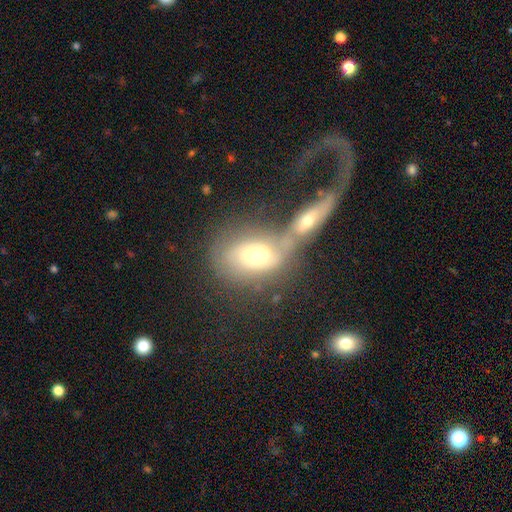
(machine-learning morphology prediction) Q: Smooth or featured?
A: featured or disk (47%); runner-up: smooth (45%)
Q: Merging?
A: merger (57%); runner-up: none (25%)